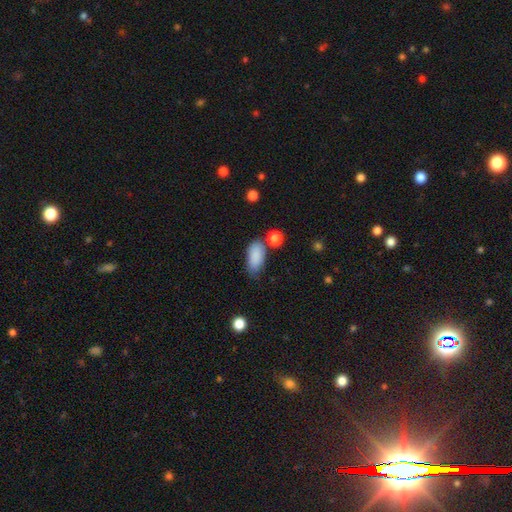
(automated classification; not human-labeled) smooth_or_featured: smooth (p=0.87) [alt: star or artifact p=0.08]
how_rounded: in between (p=0.90) [alt: cigar-shaped p=0.06]
merging: none (p=0.62) [alt: minor disturbance p=0.24]